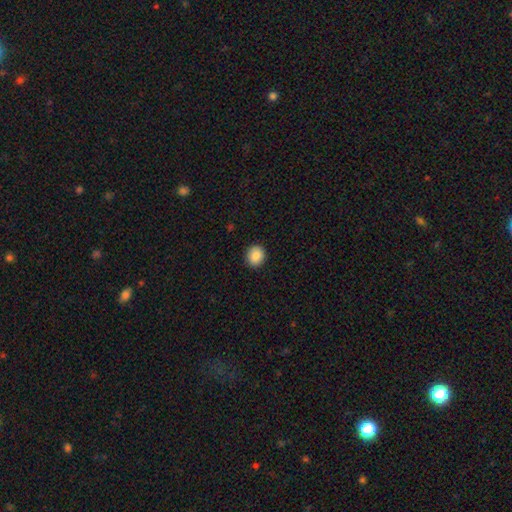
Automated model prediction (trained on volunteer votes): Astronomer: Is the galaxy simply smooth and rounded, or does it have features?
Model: smooth — 88%.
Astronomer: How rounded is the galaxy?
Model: round — 76%.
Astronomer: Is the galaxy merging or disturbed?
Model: none — 91%.